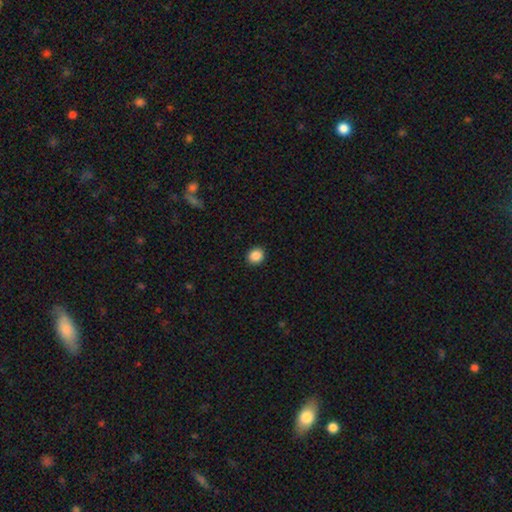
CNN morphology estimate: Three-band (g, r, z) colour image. It shows a smooth galaxy with no disk features (87%) that is round (82%). Merging: none (93%).